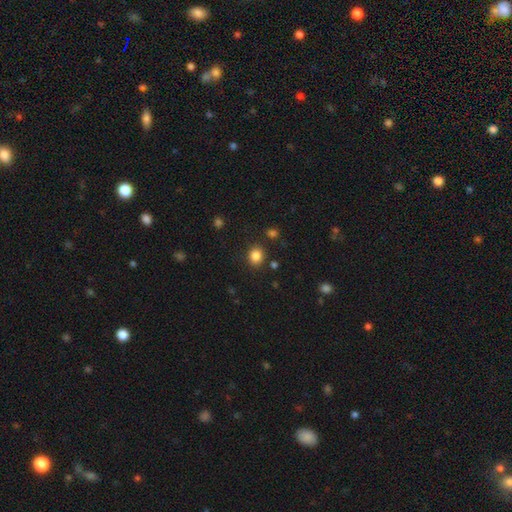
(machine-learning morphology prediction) smooth_or_featured: smooth (p=0.84) [alt: star or artifact p=0.12]
how_rounded: round (p=0.71) [alt: in between p=0.28]
merging: none (p=0.85) [alt: minor disturbance p=0.08]